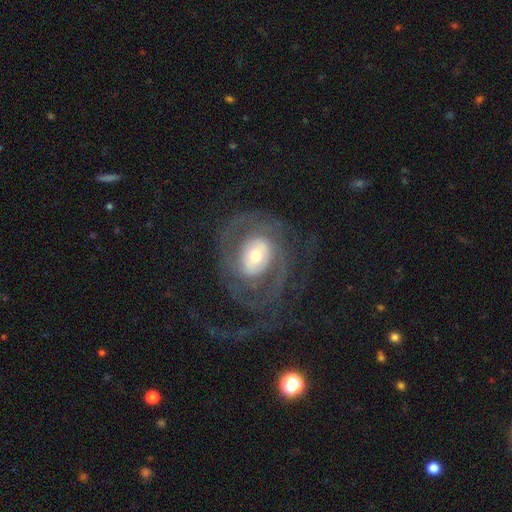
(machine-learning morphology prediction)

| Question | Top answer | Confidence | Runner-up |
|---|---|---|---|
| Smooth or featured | featured or disk | 78% | smooth (15%) |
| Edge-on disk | no | 96% | yes (4%) |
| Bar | no | 57% | weak (29%) |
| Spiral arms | yes | 82% | no (18%) |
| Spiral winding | tight | 43% | medium (38%) |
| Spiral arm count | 2 | 52% | can't tell (23%) |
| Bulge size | moderate | 58% | small (23%) |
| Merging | none | 62% | major disturbance (21%) |